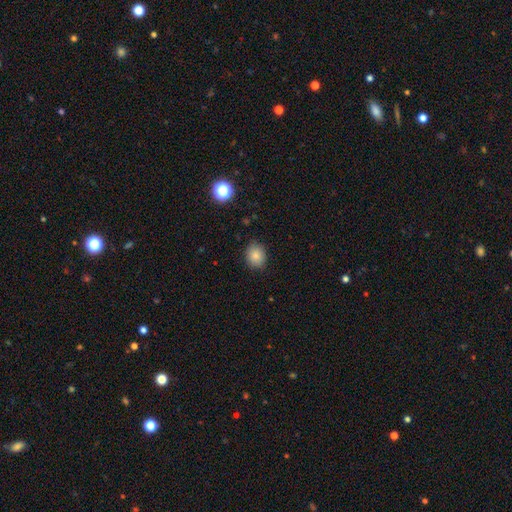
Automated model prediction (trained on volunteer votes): The model was most divided on "how rounded": round: 60%, in between: 39%, cigar-shaped: 1%. More confident: merging — none (86%); smooth or featured — smooth (84%).